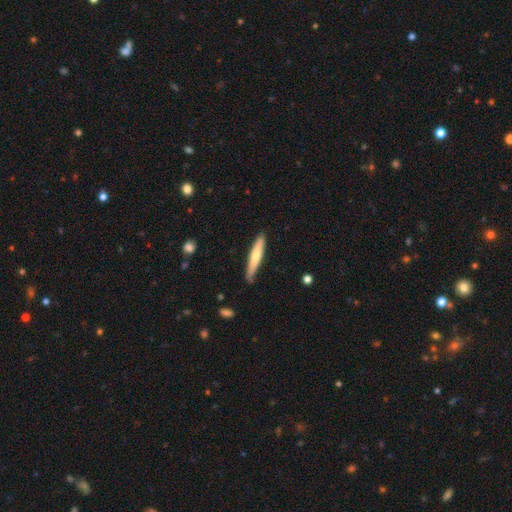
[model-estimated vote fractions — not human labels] This is likely a smooth galaxy (62%). How rounded: clearly cigar-shaped (92%). Merging: clearly none (82%).